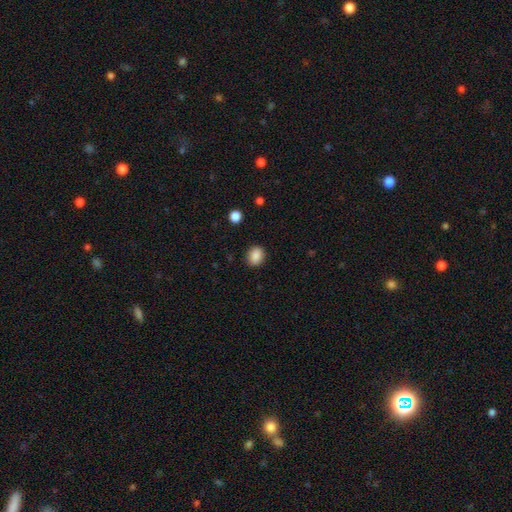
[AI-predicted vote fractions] Q: Smooth or featured?
A: smooth (88%); runner-up: star or artifact (9%)
Q: How rounded?
A: round (56%); runner-up: in between (43%)
Q: Merging?
A: none (89%); runner-up: minor disturbance (7%)